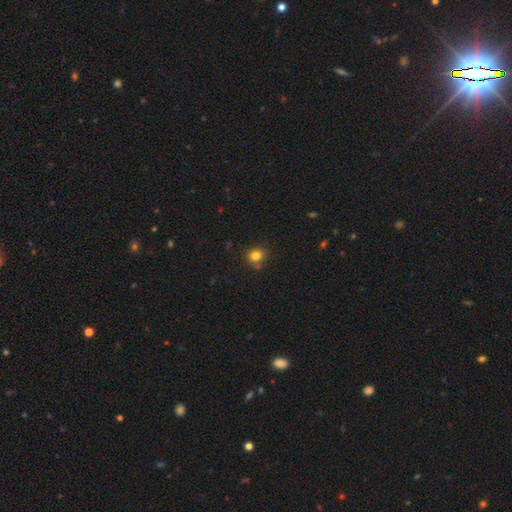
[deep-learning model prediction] Smooth or featured?
  - smooth: 81% *
  - star or artifact: 13%
  - featured or disk: 6%
How rounded?
  - round: 85% *
  - in between: 14%
  - cigar-shaped: 1%
Merging?
  - none: 77% *
  - minor disturbance: 12%
  - merger: 8%
  - major disturbance: 3%